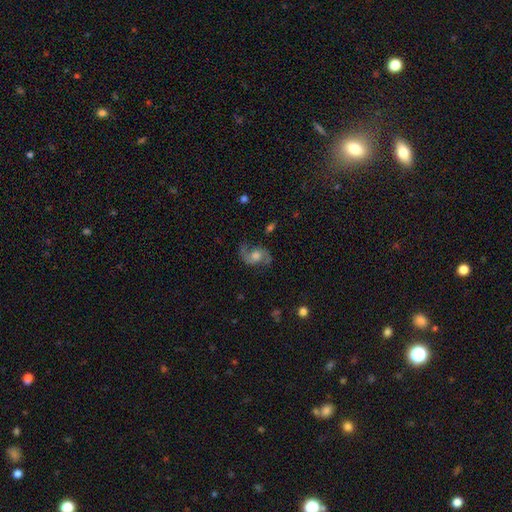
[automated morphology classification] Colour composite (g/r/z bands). It shows a featured or disk galaxy (82%) with no bar (62%), 2 (92%) medium (47%) spiral arms (95%) and a moderate central bulge (51%). Merging: none (76%).